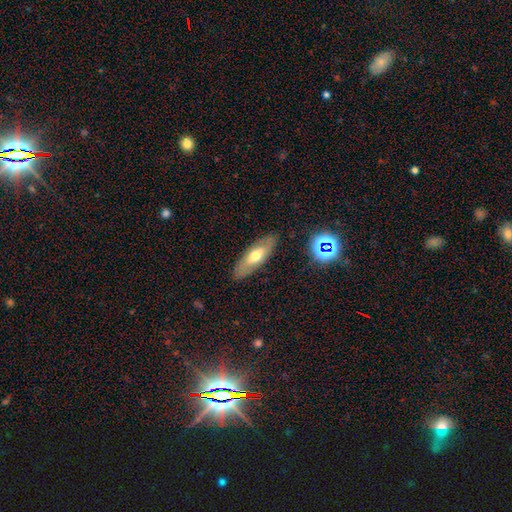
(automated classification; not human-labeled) A smooth galaxy with no disk features (53%) that is in between round and cigar-shaped (63%).

Vote fractions:
- Smooth or featured? smooth: 53% / featured or disk: 40% / star or artifact: 8%
- How rounded? in between: 63% / cigar-shaped: 34% / round: 3%
- Merging? none: 87% / minor disturbance: 10% / major disturbance: 2% / merger: 1%